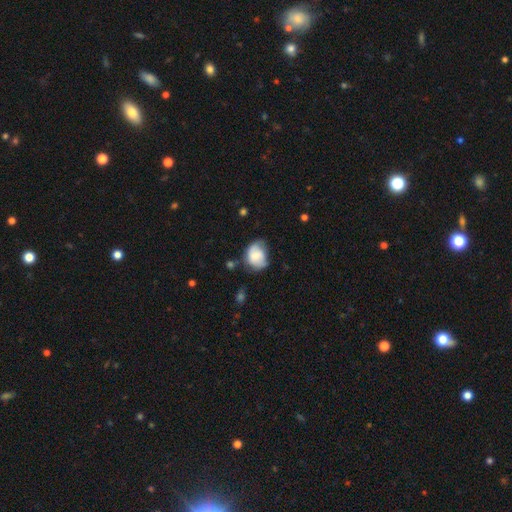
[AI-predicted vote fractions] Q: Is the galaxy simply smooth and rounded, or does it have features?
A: smooth — 66%.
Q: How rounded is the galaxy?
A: in between — 52%.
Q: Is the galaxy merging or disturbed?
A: none — 40%.